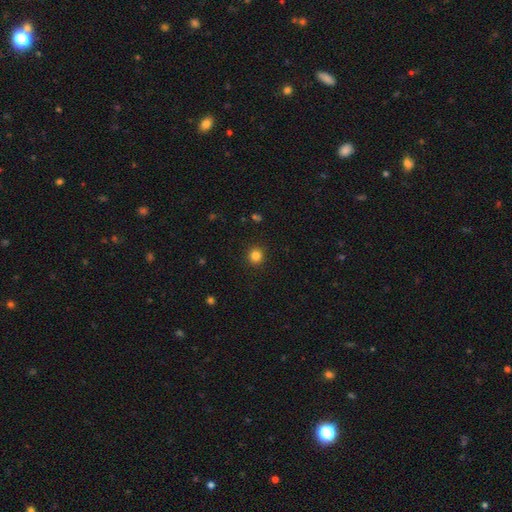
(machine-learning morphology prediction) Smooth or featured? Predicted: smooth (p=0.83). How rounded? Predicted: round (p=0.94). Merging? Predicted: none (p=0.92).